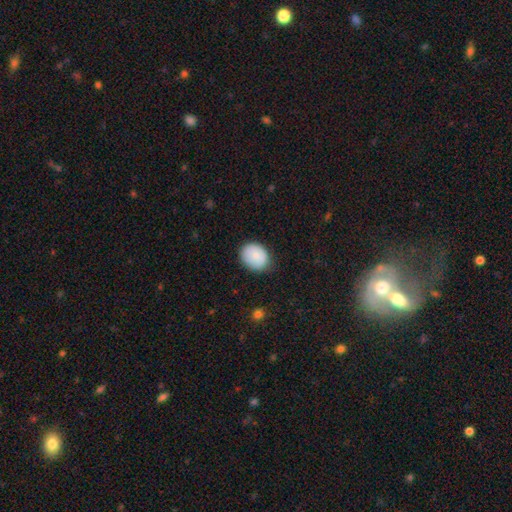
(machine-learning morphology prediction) The model was most divided on "how rounded": round: 50%, in between: 49%, cigar-shaped: 1%. More confident: smooth or featured — smooth (85%); merging — none (78%).